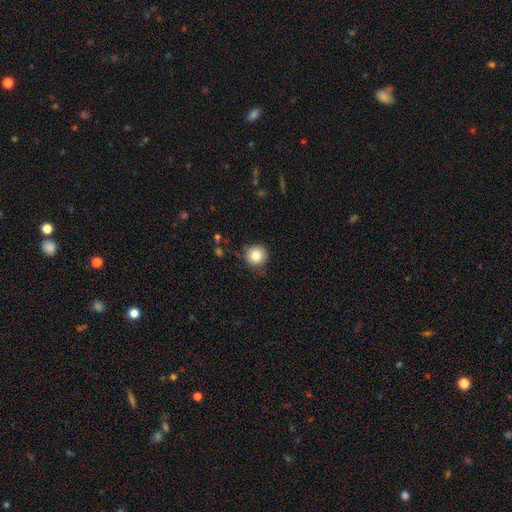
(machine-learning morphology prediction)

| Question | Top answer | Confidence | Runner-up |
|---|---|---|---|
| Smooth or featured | smooth | 83% | star or artifact (10%) |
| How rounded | round | 95% | in between (4%) |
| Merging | none | 82% | minor disturbance (13%) |